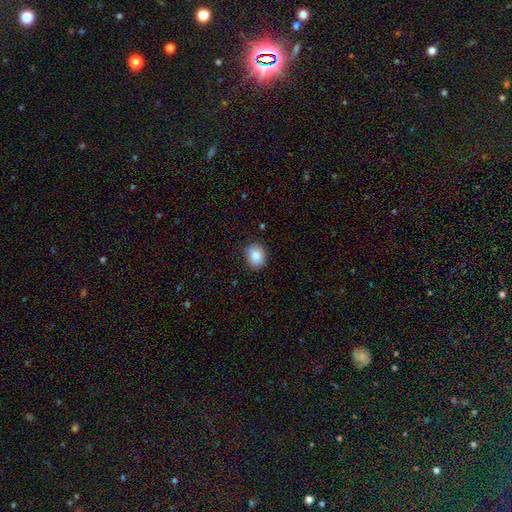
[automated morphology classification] Overall: smooth (85%). How rounded: round (58%; in between 41%). Merging: none (86%).